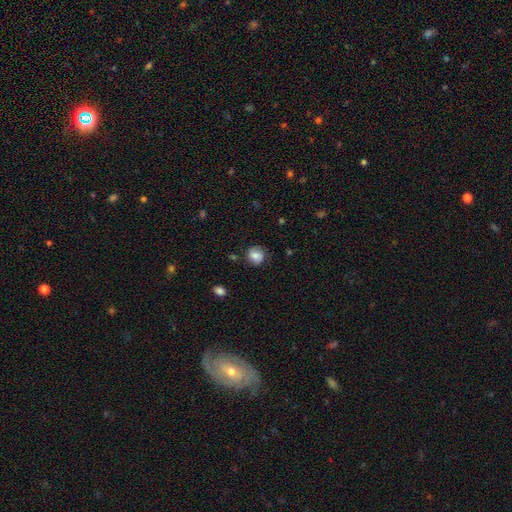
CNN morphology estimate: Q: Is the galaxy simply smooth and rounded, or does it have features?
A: smooth — 69%.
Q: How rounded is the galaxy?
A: round — 78%.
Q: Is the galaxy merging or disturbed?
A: none — 76%.